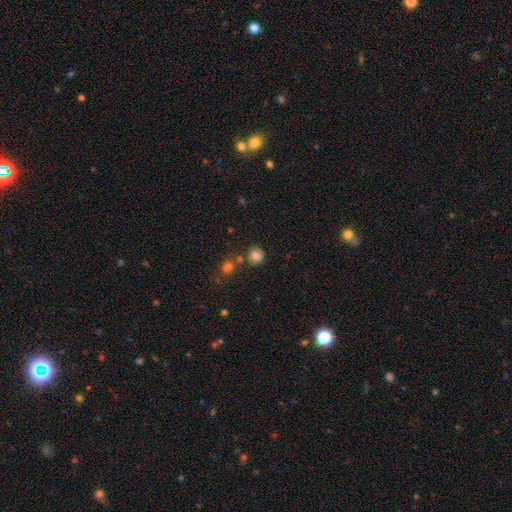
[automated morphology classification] smooth_or_featured: smooth (p=0.79) [alt: star or artifact p=0.12]
how_rounded: round (p=0.85) [alt: in between p=0.14]
merging: none (p=0.74) [alt: minor disturbance p=0.13]